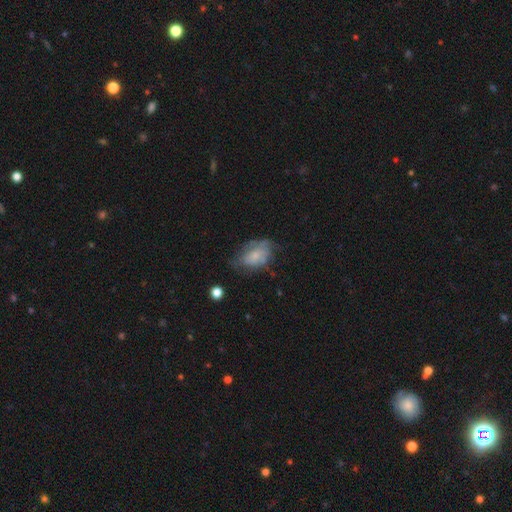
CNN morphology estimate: Smooth or featured? smooth (49%)
Merging? none (43%)